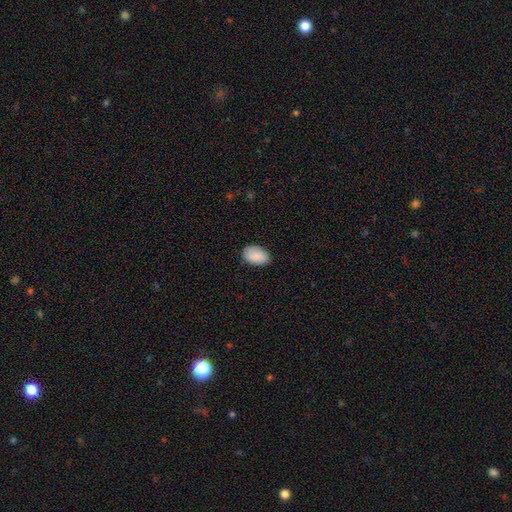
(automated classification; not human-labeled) Overall: smooth (88%). How rounded: in between (90%). Merging: none (82%).